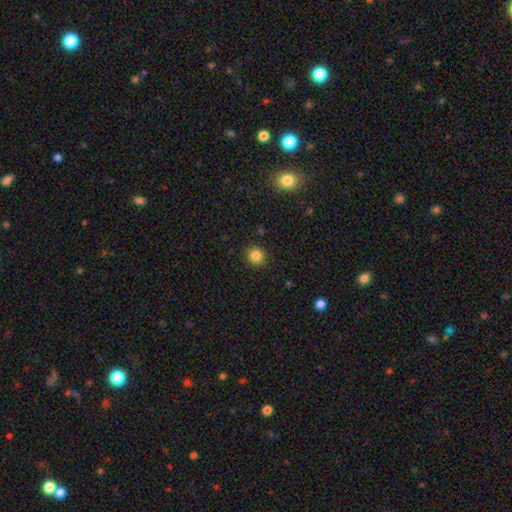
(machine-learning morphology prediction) A smooth galaxy with no disk features (84%) that is round (90%).

Vote fractions:
- Smooth or featured? smooth: 84% / star or artifact: 11% / featured or disk: 5%
- How rounded? round: 90% / in between: 9% / cigar-shaped: 1%
- Merging? none: 91% / minor disturbance: 6% / major disturbance: 2% / merger: 1%